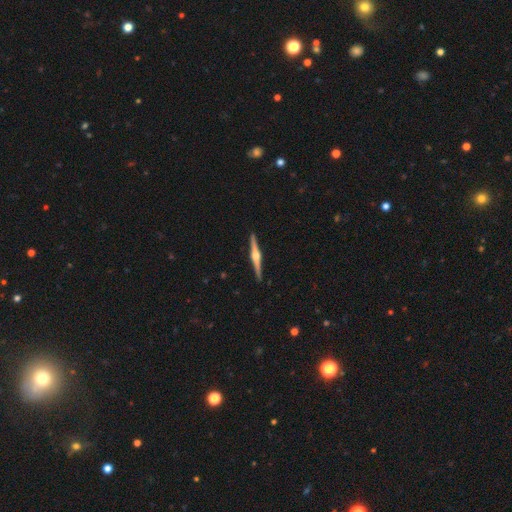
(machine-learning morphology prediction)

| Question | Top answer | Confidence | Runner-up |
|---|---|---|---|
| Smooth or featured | featured or disk | 84% | smooth (11%) |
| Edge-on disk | yes | 99% | no (1%) |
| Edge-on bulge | rounded | 93% | boxy (5%) |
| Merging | none | 93% | minor disturbance (5%) |